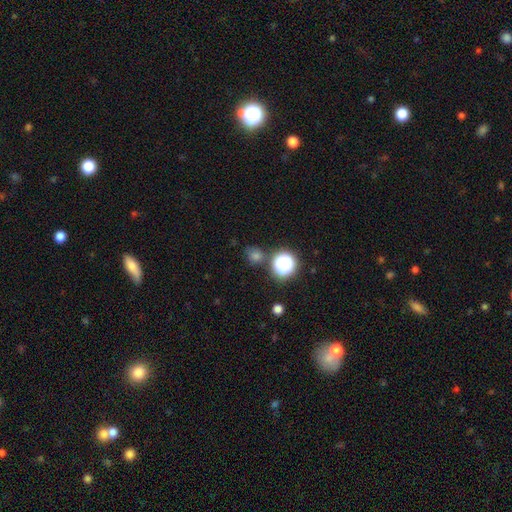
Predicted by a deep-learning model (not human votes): Q: Smooth or featured?
A: smooth (56%); runner-up: star or artifact (37%)
Q: How rounded?
A: round (84%); runner-up: in between (15%)
Q: Merging?
A: none (80%); runner-up: minor disturbance (9%)